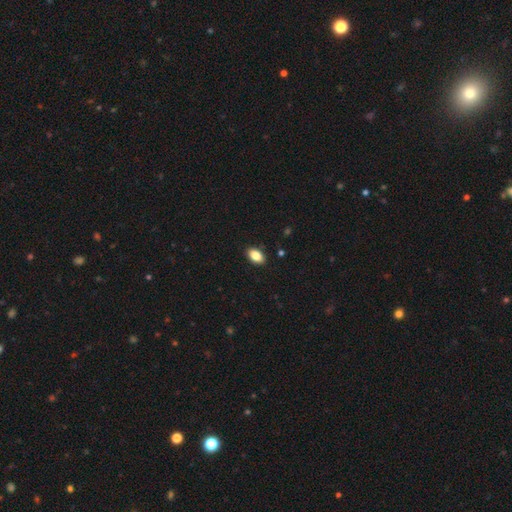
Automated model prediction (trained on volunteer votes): This appears to be a smooth galaxy with no disk features (86%) that is in between round and cigar-shaped (91%). Merging: none (89%).